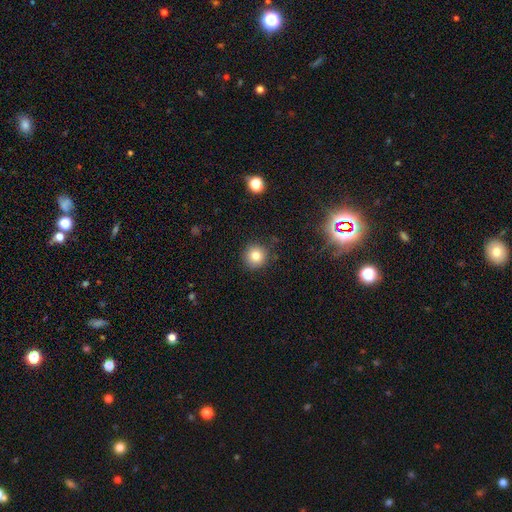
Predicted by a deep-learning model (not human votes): smooth_or_featured: smooth (p=0.81) [alt: star or artifact p=0.12]
how_rounded: round (p=0.94) [alt: in between p=0.05]
merging: none (p=0.88) [alt: minor disturbance p=0.08]